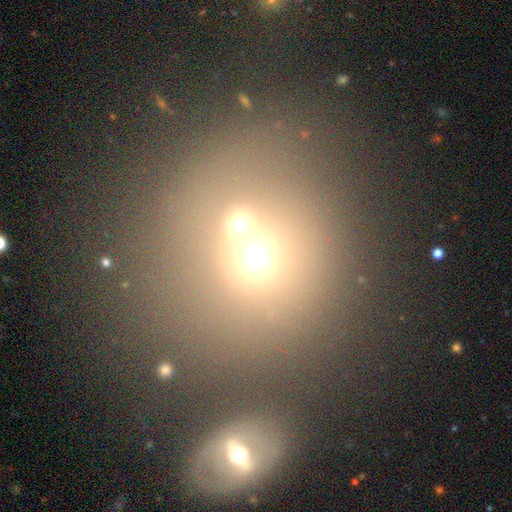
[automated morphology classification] Smooth or featured?
  - smooth: 61% *
  - star or artifact: 22%
  - featured or disk: 17%
How rounded?
  - round: 84% *
  - in between: 15%
  - cigar-shaped: 1%
Merging?
  - none: 45% *
  - merger: 40%
  - minor disturbance: 9%
  - major disturbance: 6%